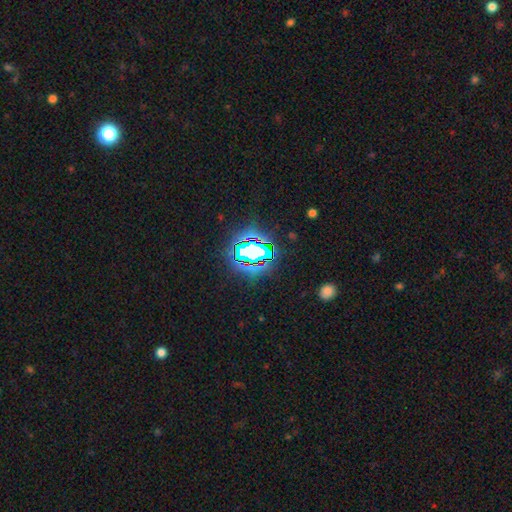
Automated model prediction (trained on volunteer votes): star or artifact 79%, smooth 13%, featured or disk 8%.